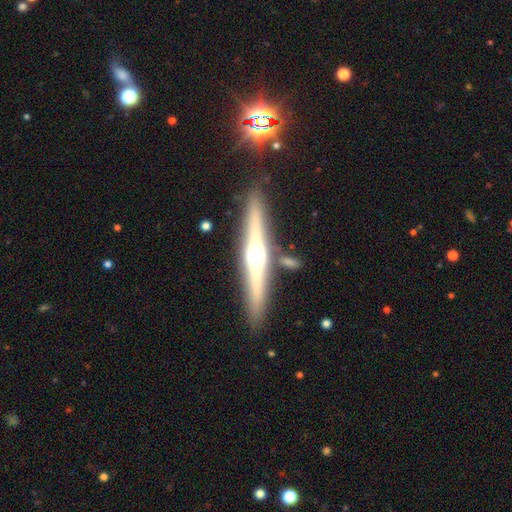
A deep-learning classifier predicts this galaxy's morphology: This appears to be a featured or disk galaxy (71%) viewed edge-on (97%) with a rounded central bulge (90%). Merging: none (85%).